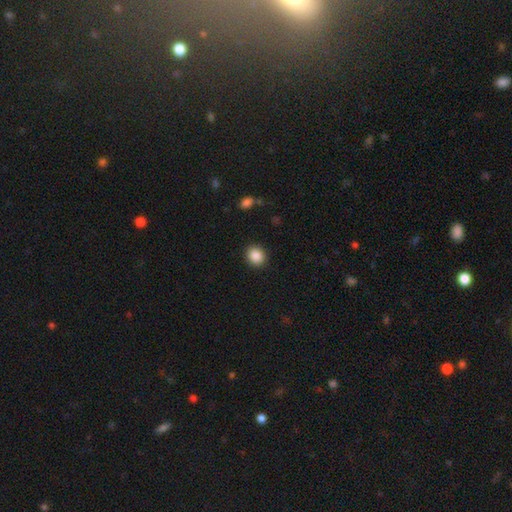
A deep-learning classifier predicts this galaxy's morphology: A smooth galaxy with no disk features (88%) that is round (79%).

Vote fractions:
- Smooth or featured? smooth: 88% / star or artifact: 9% / featured or disk: 3%
- How rounded? round: 79% / in between: 20% / cigar-shaped: 1%
- Merging? none: 91% / minor disturbance: 6% / major disturbance: 2% / merger: 1%